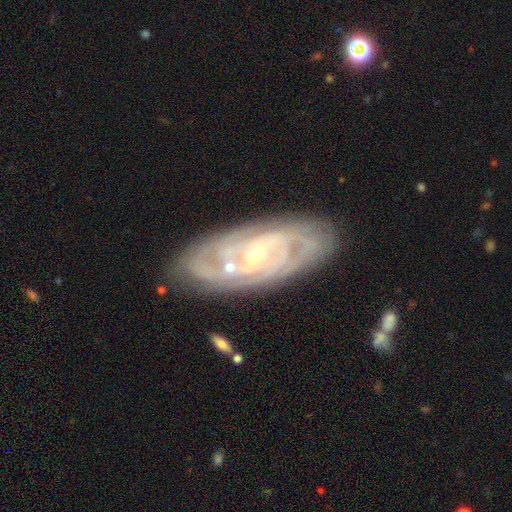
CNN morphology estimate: Smooth or featured? featured or disk (87%)
Edge-on disk? no (93%)
Bar? no (46%)
Spiral arms? yes (95%)
Spiral winding? tight (64%)
Spiral arm count? 2 (26%)
Bulge size? small (71%)
Merging? none (79%)